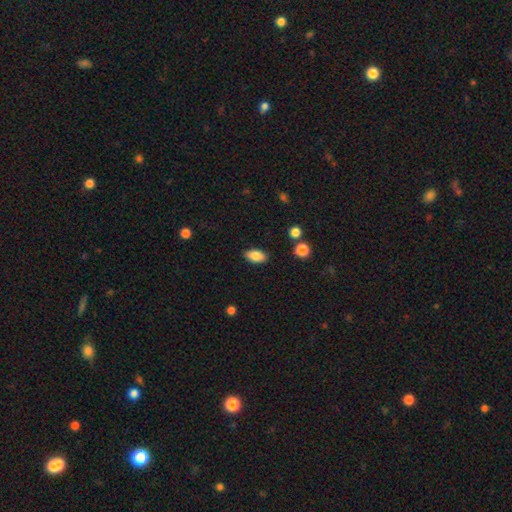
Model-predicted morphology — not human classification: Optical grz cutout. It shows a smooth galaxy with no disk features (85%) that is in between round and cigar-shaped (92%). Merging: none (87%).